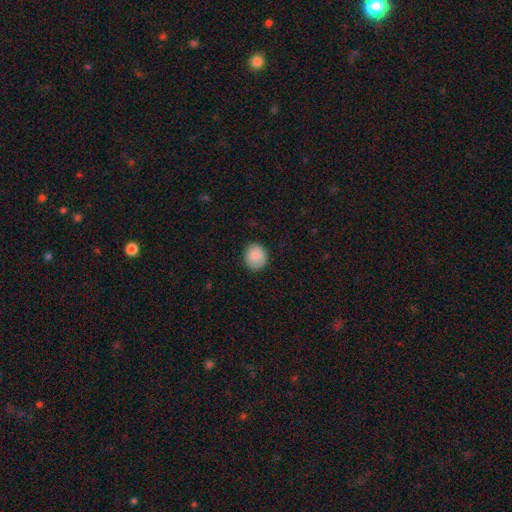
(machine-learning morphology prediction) Q: Smooth or featured?
A: smooth (87%); runner-up: star or artifact (7%)
Q: How rounded?
A: round (77%); runner-up: in between (22%)
Q: Merging?
A: none (86%); runner-up: minor disturbance (10%)